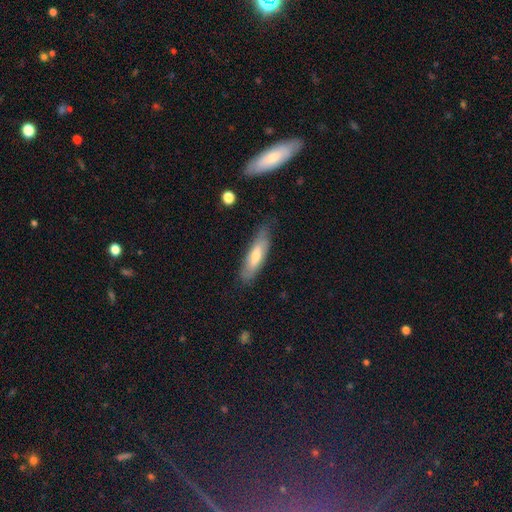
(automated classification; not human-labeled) Smooth or featured?
  - smooth: 52% *
  - featured or disk: 41%
  - star or artifact: 7%
How rounded?
  - cigar-shaped: 65% *
  - in between: 33%
  - round: 2%
Merging?
  - none: 75% *
  - minor disturbance: 19%
  - major disturbance: 4%
  - merger: 2%